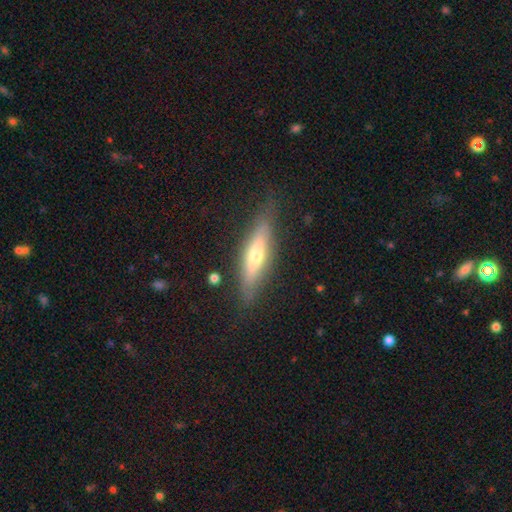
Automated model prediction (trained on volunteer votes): smooth_or_featured: featured or disk (p=0.53) [alt: smooth p=0.41]
disk_edge_on: yes (p=0.86) [alt: no p=0.14]
merging: none (p=0.81) [alt: minor disturbance p=0.14]